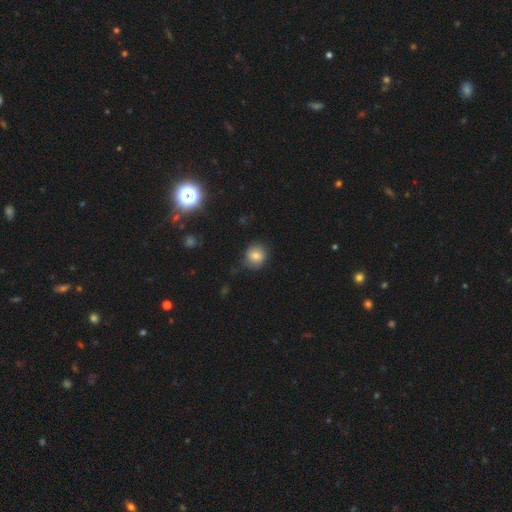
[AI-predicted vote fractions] This is likely a smooth galaxy (78%). How rounded: clearly round (84%). Merging: likely none (71%).